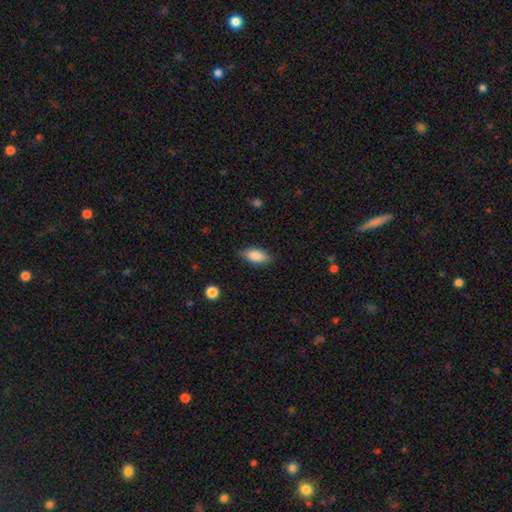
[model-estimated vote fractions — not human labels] Overall: smooth (87%). How rounded: in between (89%). Merging: none (83%).